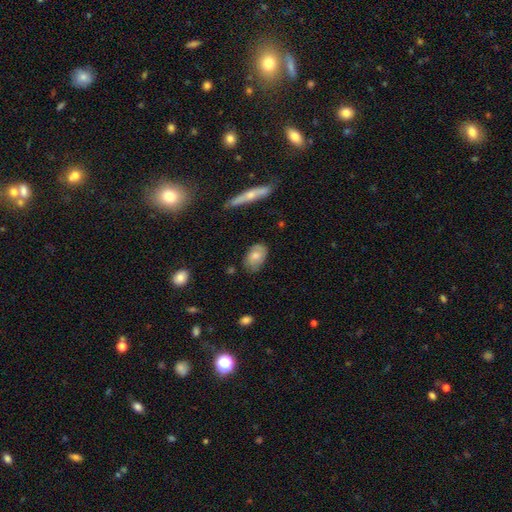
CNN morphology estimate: type=smooth (69%); roundness=in between (87%); merging=none (74%).